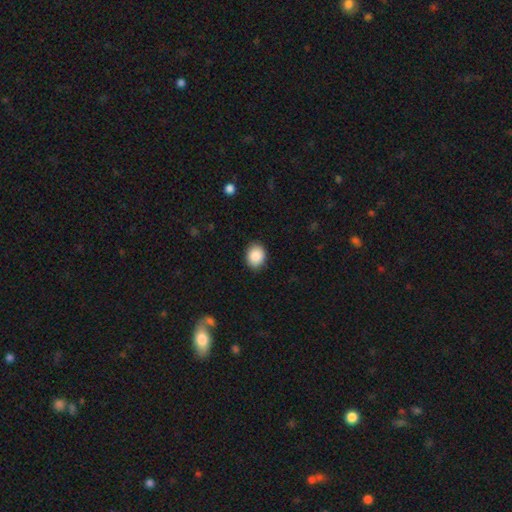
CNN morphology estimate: Q: Smooth or featured?
A: smooth (89%); runner-up: star or artifact (7%)
Q: How rounded?
A: in between (56%); runner-up: round (43%)
Q: Merging?
A: none (88%); runner-up: minor disturbance (9%)